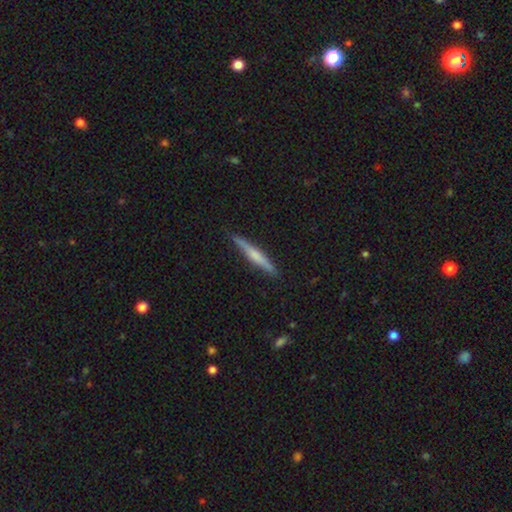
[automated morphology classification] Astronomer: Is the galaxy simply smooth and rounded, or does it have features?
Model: featured or disk — 50% (runner-up: smooth, 44%).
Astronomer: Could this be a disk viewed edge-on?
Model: yes — 97%.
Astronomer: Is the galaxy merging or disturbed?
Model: none — 88%.